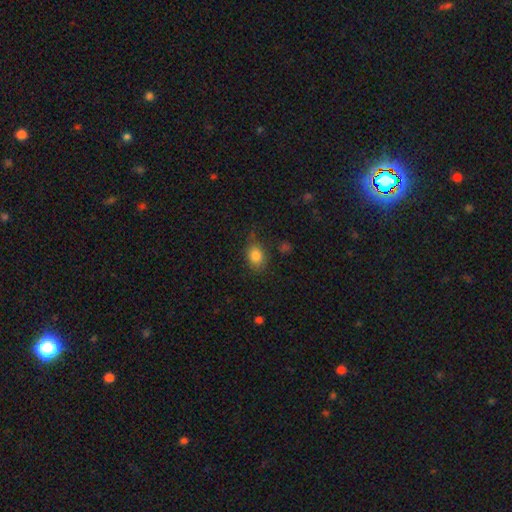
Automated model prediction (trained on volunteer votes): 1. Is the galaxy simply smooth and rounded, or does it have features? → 83% smooth, 10% star or artifact, 7% featured or disk.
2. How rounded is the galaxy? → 64% in between, 35% round, 1% cigar-shaped.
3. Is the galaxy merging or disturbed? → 72% none, 20% minor disturbance, 5% major disturbance, 3% merger.